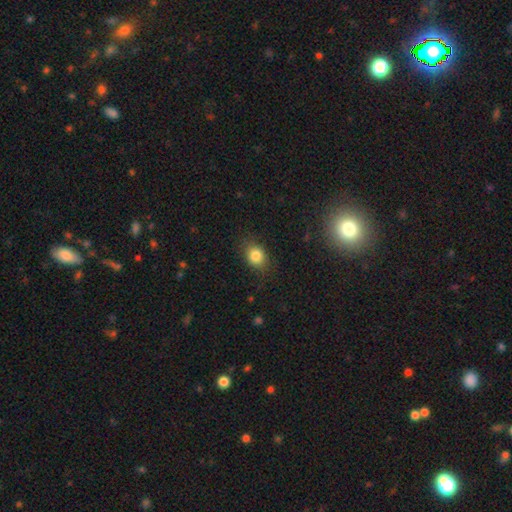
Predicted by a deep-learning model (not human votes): This is clearly a smooth galaxy (84%). How rounded: possibly in between (51%). Merging: clearly none (81%).